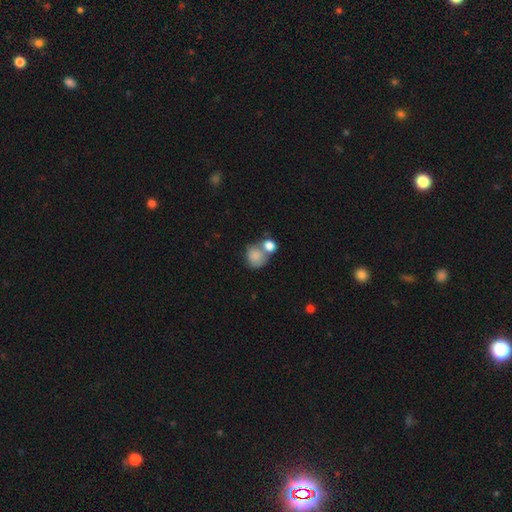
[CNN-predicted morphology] This appears to be a smooth galaxy with no disk features (82%) that is round (73%). Merging: merger (47%).